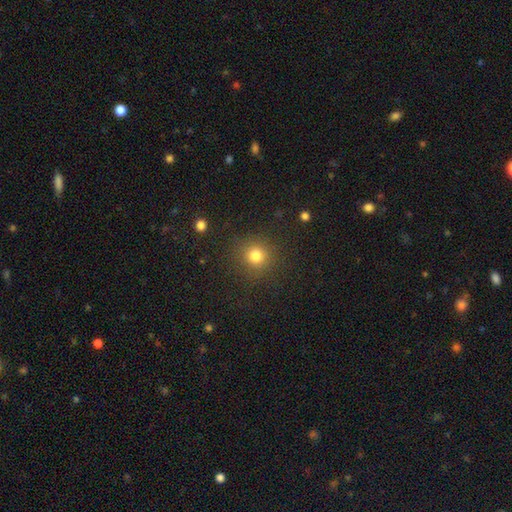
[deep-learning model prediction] A smooth galaxy with no disk features (80%) that is round (92%). Merging: none (88%).